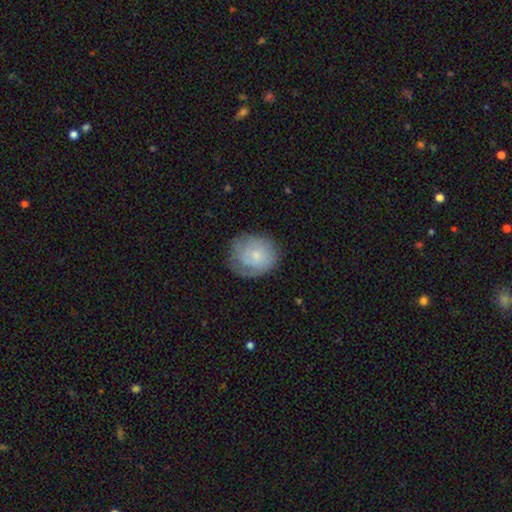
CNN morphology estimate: A smooth galaxy with no disk features (51%) that is round (78%).

Vote fractions:
- Smooth or featured? smooth: 51% / featured or disk: 41% / star or artifact: 7%
- How rounded? round: 78% / in between: 21% / cigar-shaped: 1%
- Merging? none: 63% / minor disturbance: 25% / major disturbance: 11% / merger: 1%